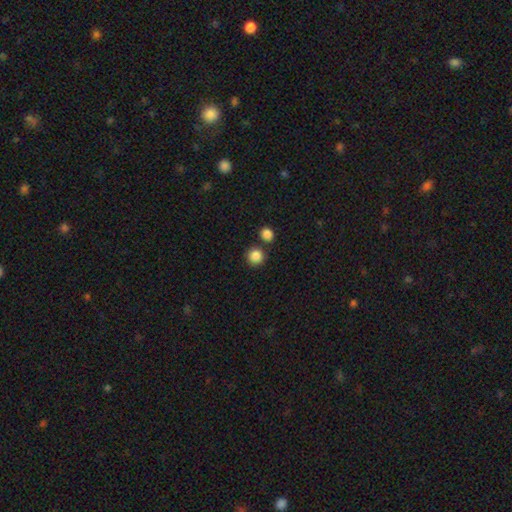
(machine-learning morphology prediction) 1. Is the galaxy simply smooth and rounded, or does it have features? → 86% smooth, 10% star or artifact, 4% featured or disk.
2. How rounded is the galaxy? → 92% round, 7% in between, 1% cigar-shaped.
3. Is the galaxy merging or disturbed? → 78% none, 12% merger, 8% minor disturbance, 2% major disturbance.